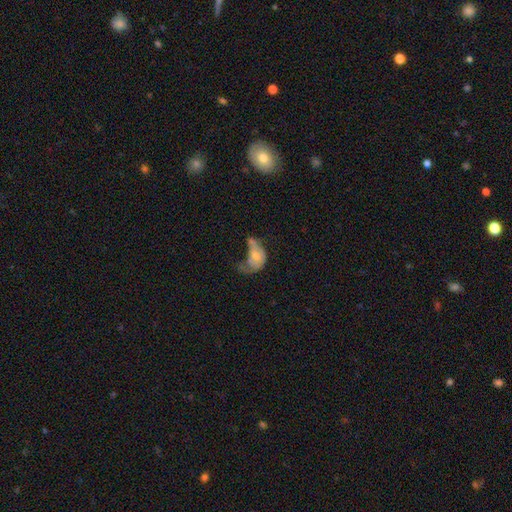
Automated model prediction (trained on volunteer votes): Smooth or featured: smooth — 50% (featured or disk — 41%)
How rounded: in between — 83% (round — 15%)
Merging: major disturbance — 54% (merger — 17%)